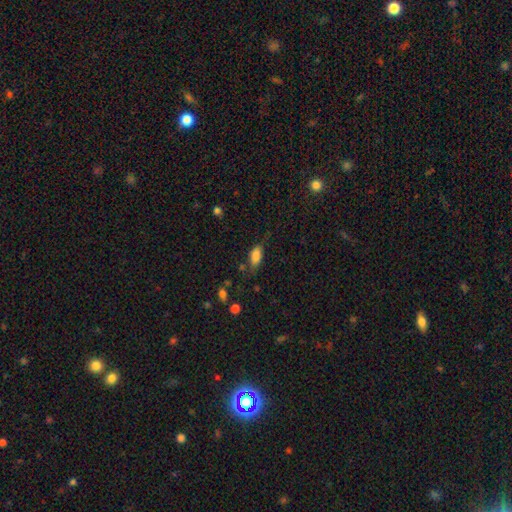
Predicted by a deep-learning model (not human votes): smooth_or_featured: smooth (p=0.83) [alt: featured or disk p=0.09]
how_rounded: in between (p=0.87) [alt: cigar-shaped p=0.10]
merging: none (p=0.63) [alt: minor disturbance p=0.25]